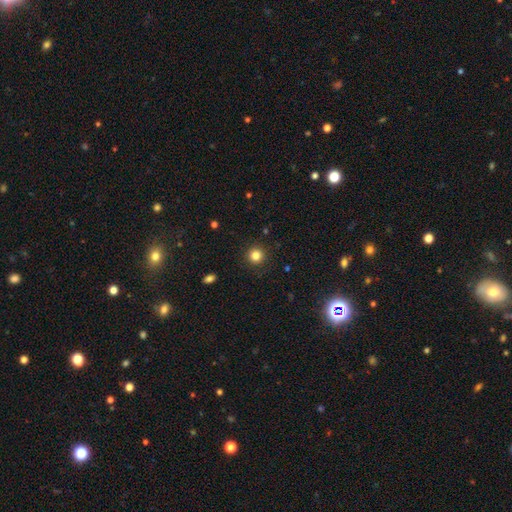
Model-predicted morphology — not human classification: Overall: smooth (82%). How rounded: round (95%). Merging: none (92%).